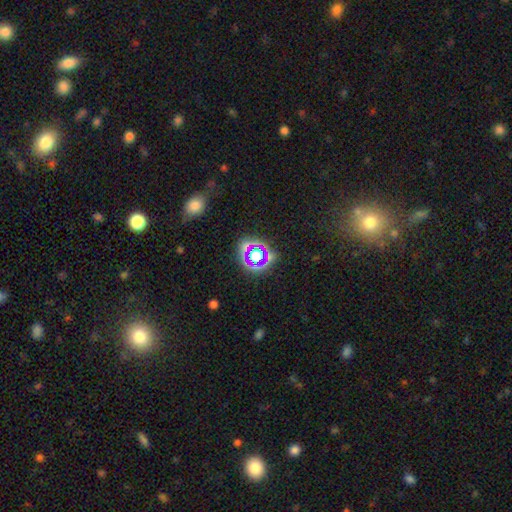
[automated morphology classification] This appears to be a star or artifact, not a galaxy (57%).